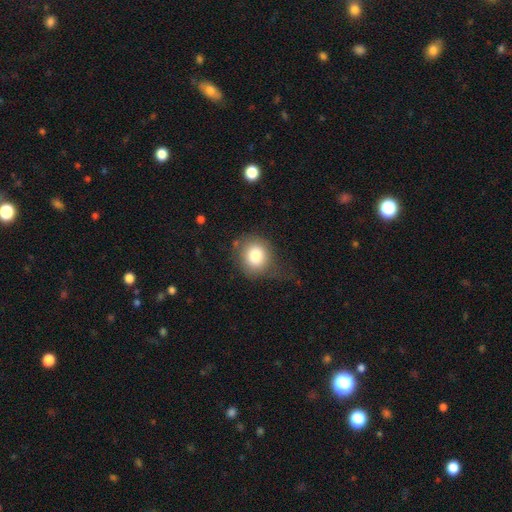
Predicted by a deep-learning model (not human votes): This appears to be a smooth galaxy with no disk features (82%) that is round (78%). Merging: none (61%).